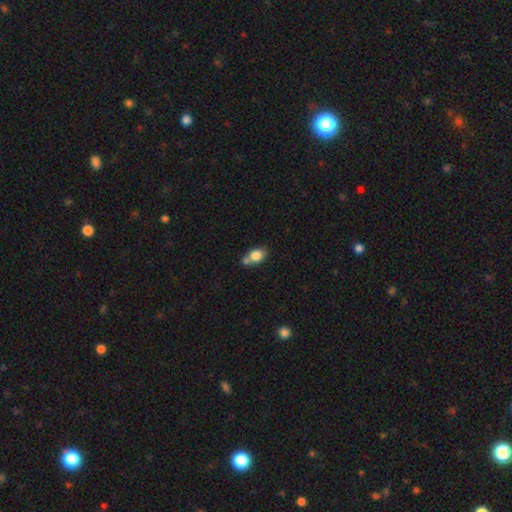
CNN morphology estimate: Q: Smooth or featured?
A: smooth (80%); runner-up: featured or disk (12%)
Q: How rounded?
A: in between (67%); runner-up: round (31%)
Q: Merging?
A: none (43%); runner-up: merger (38%)